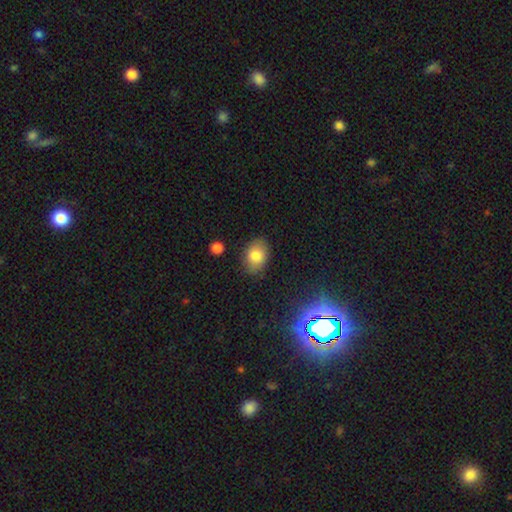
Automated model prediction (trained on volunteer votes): Q: Smooth or featured?
A: smooth (80%); runner-up: featured or disk (11%)
Q: How rounded?
A: in between (77%); runner-up: round (22%)
Q: Merging?
A: none (81%); runner-up: minor disturbance (14%)